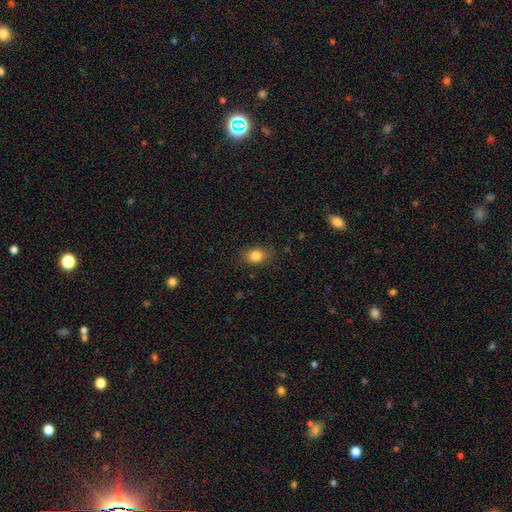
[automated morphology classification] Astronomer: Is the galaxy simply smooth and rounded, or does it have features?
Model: smooth — 84%.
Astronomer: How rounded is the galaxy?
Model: in between — 67%.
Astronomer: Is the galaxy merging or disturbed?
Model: none — 82%.